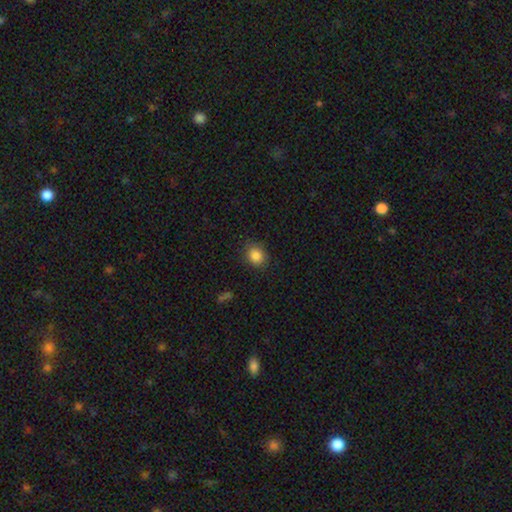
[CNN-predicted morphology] The model was most divided on "how rounded": round: 68%, in between: 31%, cigar-shaped: 1%. More confident: merging — none (85%); smooth or featured — smooth (84%).